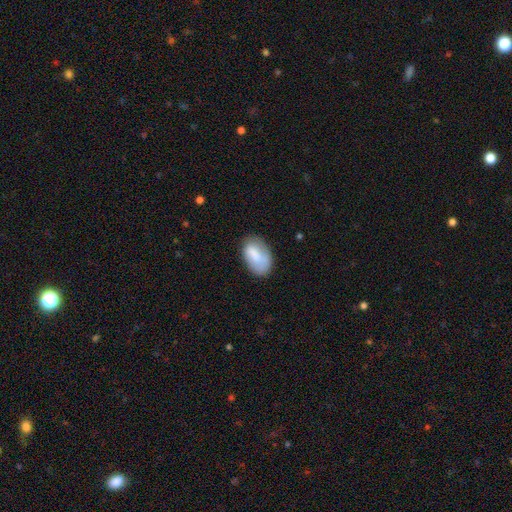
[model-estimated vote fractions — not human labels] A smooth galaxy with no disk features (77%) that is in between round and cigar-shaped (91%). Merging: none (64%).